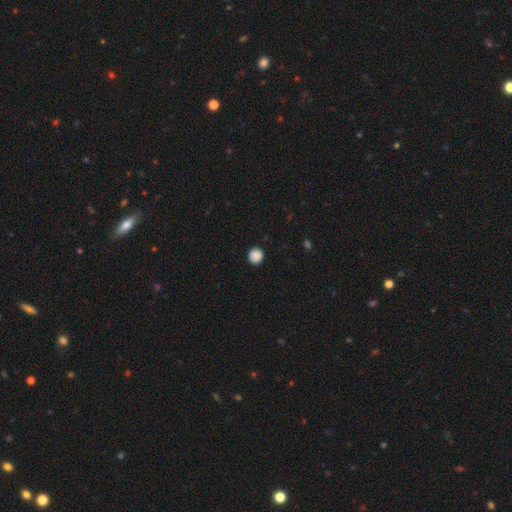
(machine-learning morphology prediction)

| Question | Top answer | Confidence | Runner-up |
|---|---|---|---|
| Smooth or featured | smooth | 89% | star or artifact (9%) |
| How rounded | round | 93% | in between (6%) |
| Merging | none | 92% | minor disturbance (5%) |